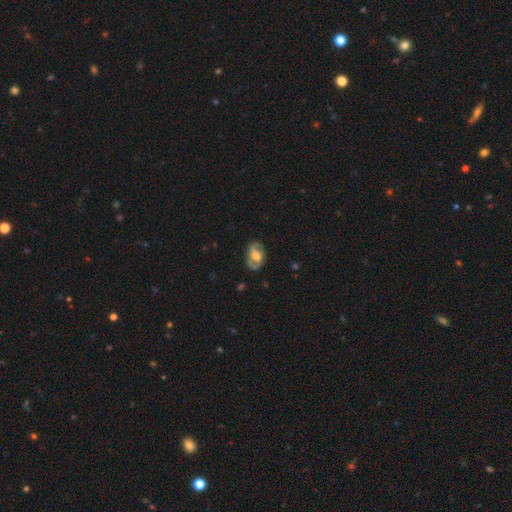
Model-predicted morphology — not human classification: Smooth or featured? featured or disk (59%)
Edge-on disk? no (95%)
Bar? no (44%)
Spiral arms? yes (73%)
Bulge size? moderate (42%)
Merging? none (74%)